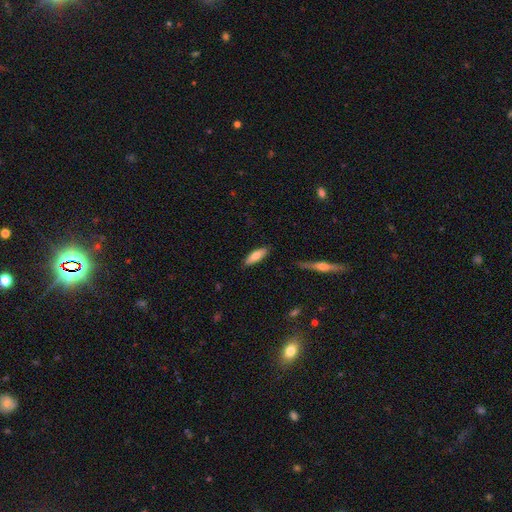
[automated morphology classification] smooth-or-featured: smooth: 72% | featured or disk: 22% | star or artifact: 6%
  how-rounded: in between: 59% | cigar-shaped: 40% | round: 2%
  merging: none: 85% | minor disturbance: 11% | major disturbance: 2% | merger: 2%